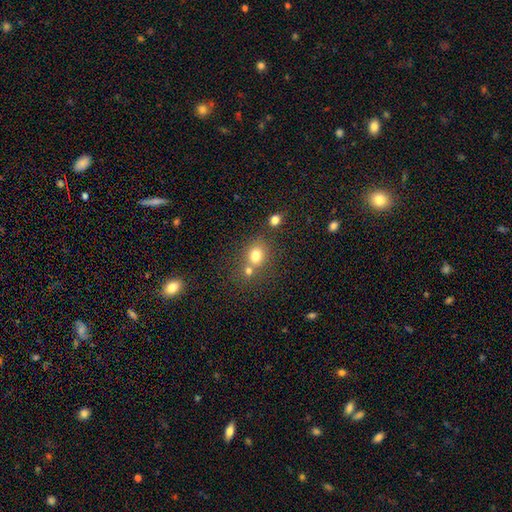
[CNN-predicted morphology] A smooth galaxy with no disk features (77%) that is round (65%).

Vote fractions:
- Smooth or featured? smooth: 77% / star or artifact: 14% / featured or disk: 10%
- How rounded? round: 65% / in between: 34% / cigar-shaped: 1%
- Merging? none: 52% / merger: 34% / minor disturbance: 10% / major disturbance: 4%